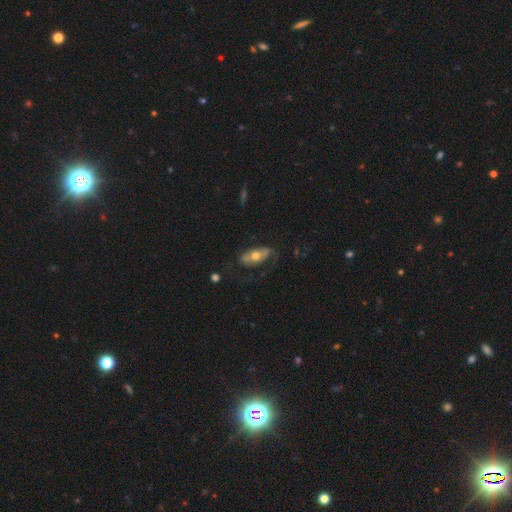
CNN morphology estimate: Smooth or featured? featured or disk (52%)
Edge-on disk? no (81%)
Merging? none (51%)